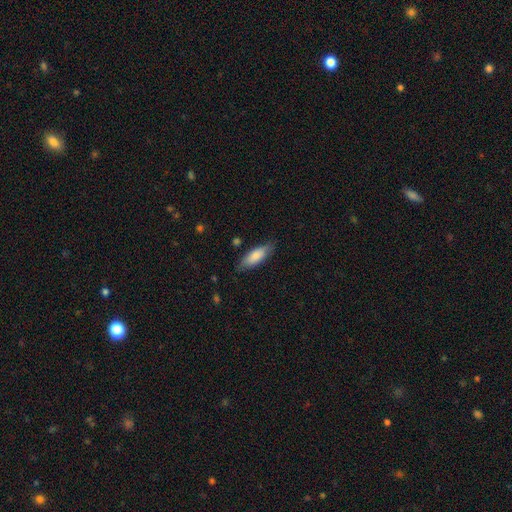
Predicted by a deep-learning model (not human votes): This appears to be a smooth galaxy with no disk features (78%) that is in between round and cigar-shaped (63%). Merging: none (80%).